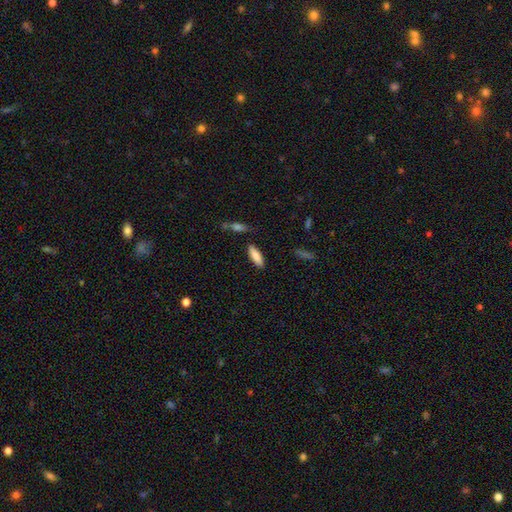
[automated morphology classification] smooth_or_featured: smooth (p=0.85) [alt: featured or disk p=0.09]
how_rounded: in between (p=0.52) [alt: cigar-shaped p=0.46]
merging: none (p=0.84) [alt: minor disturbance p=0.11]